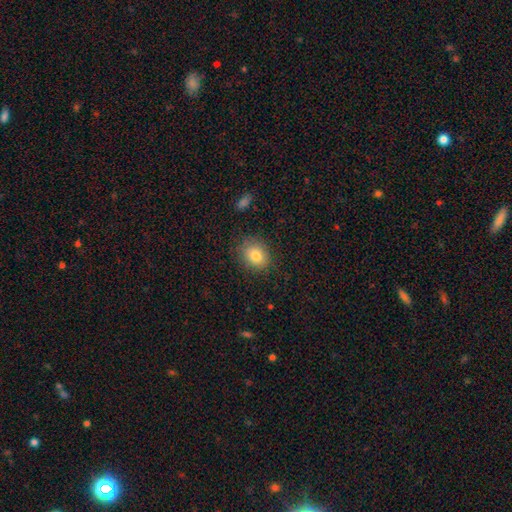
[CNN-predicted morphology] Smooth or featured? Predicted: smooth (p=0.81). How rounded? Predicted: round (p=0.54). Merging? Predicted: none (p=0.83).